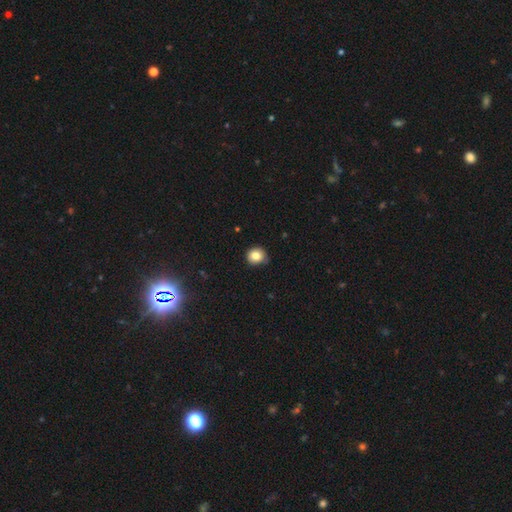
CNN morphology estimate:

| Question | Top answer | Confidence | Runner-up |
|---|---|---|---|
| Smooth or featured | smooth | 82% | star or artifact (10%) |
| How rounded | round | 84% | in between (15%) |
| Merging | none | 77% | minor disturbance (19%) |